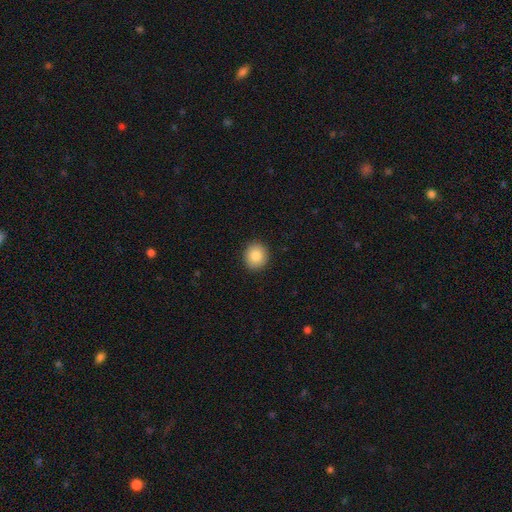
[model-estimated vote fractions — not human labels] Smooth or featured? Predicted: smooth (p=0.87). How rounded? Predicted: round (p=0.82). Merging? Predicted: none (p=0.91).